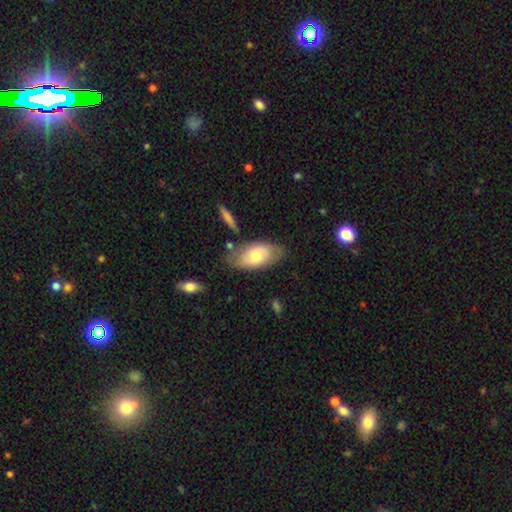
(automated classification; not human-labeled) Q: Smooth or featured?
A: smooth (58%); runner-up: featured or disk (36%)
Q: How rounded?
A: in between (92%); runner-up: round (5%)
Q: Merging?
A: none (68%); runner-up: minor disturbance (20%)